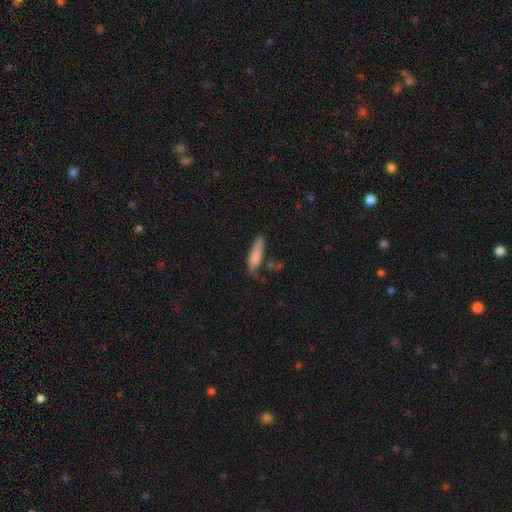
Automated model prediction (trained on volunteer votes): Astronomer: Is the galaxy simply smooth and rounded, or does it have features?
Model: smooth — 80%.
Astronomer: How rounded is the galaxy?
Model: cigar-shaped — 71%.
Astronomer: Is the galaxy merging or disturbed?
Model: none — 59%.